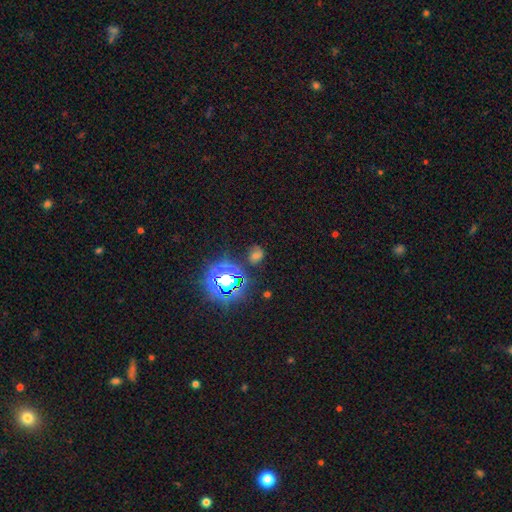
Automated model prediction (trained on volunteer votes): Smooth or featured? star or artifact (49%)